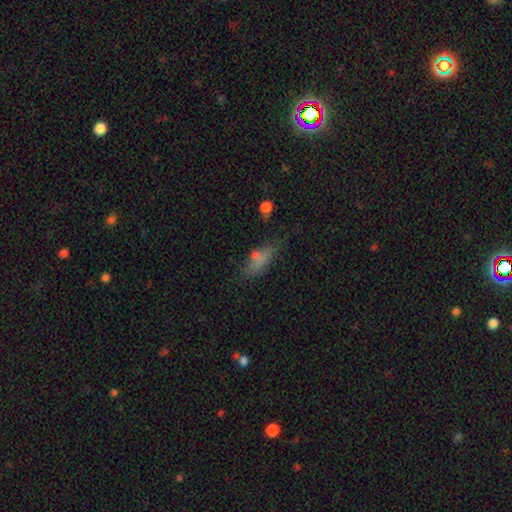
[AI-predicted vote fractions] Smooth or featured?
  - smooth: 67% *
  - featured or disk: 18%
  - star or artifact: 14%
How rounded?
  - in between: 63% *
  - cigar-shaped: 33%
  - round: 4%
Merging?
  - none: 56% *
  - minor disturbance: 25%
  - major disturbance: 13%
  - merger: 6%